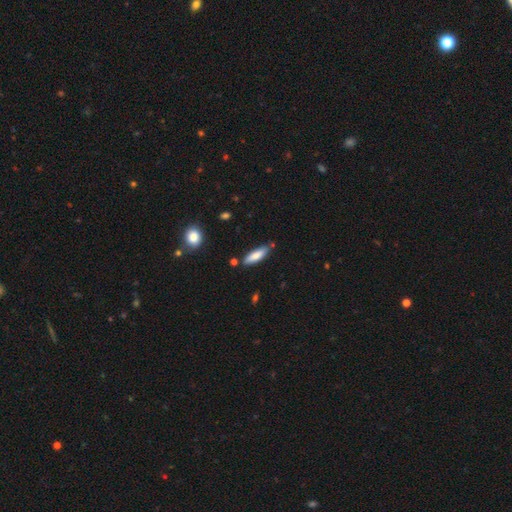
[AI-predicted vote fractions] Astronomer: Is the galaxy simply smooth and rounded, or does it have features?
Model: smooth — 79%.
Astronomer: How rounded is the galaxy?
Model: cigar-shaped — 55% (runner-up: in between, 43%).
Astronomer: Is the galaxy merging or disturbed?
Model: none — 78%.